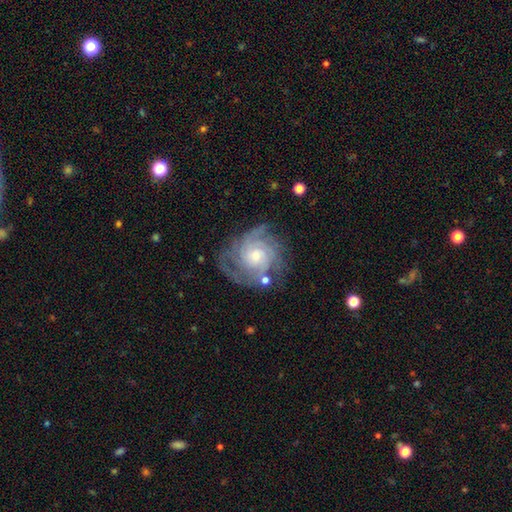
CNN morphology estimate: type=featured or disk (83%); edge-on=no (97%); bar=no (75%); spiral arms=yes (95%); winding=tight (67%); arm count=can't tell (32%); bulge=moderate (52%); merging=none (71%).